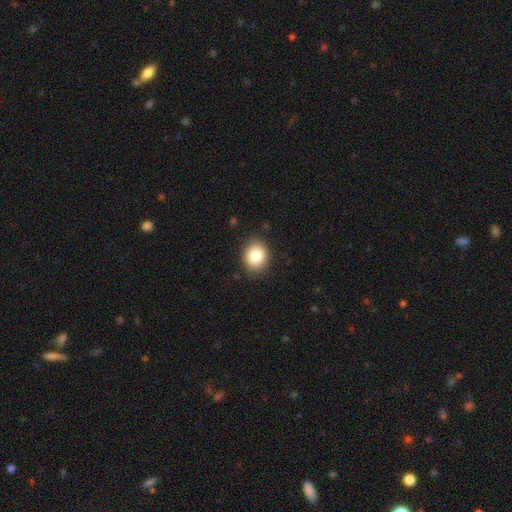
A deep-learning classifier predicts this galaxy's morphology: Smooth or featured?
  - smooth: 84% *
  - star or artifact: 9%
  - featured or disk: 8%
How rounded?
  - round: 62% *
  - in between: 37%
  - cigar-shaped: 1%
Merging?
  - none: 87% *
  - minor disturbance: 10%
  - major disturbance: 2%
  - merger: 1%